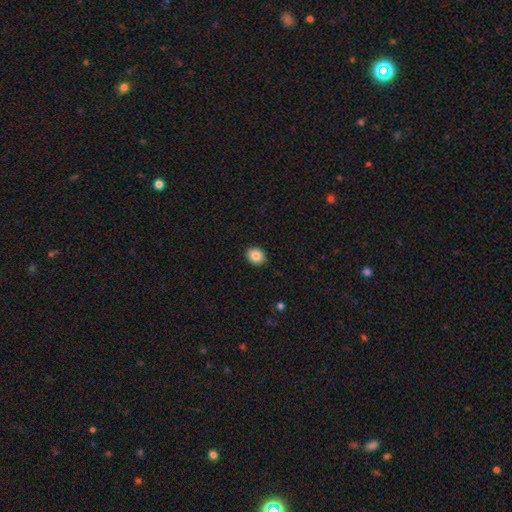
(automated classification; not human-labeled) This appears to be a smooth galaxy with no disk features (86%) that is round (58%). Merging: none (91%).